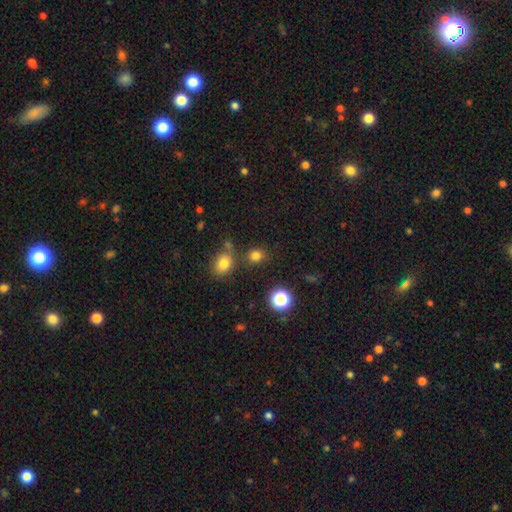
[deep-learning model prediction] smooth-or-featured: smooth: 78% | star or artifact: 16% | featured or disk: 5%
  how-rounded: round: 67% | in between: 32% | cigar-shaped: 1%
  merging: none: 75% | merger: 11% | minor disturbance: 11% | major disturbance: 4%